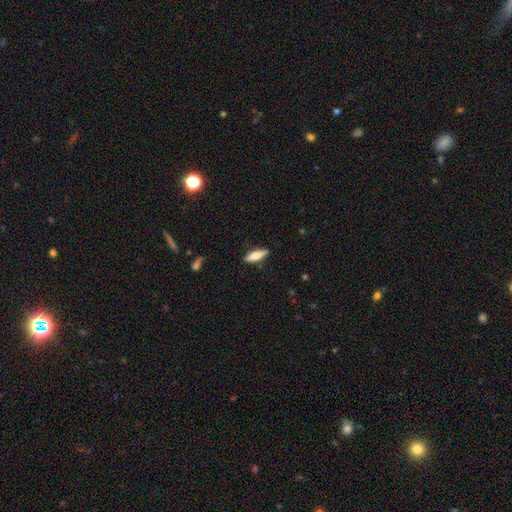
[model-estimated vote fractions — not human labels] Smooth or featured? Predicted: smooth (p=0.63). How rounded? Predicted: cigar-shaped (p=0.56). Merging? Predicted: none (p=0.87).